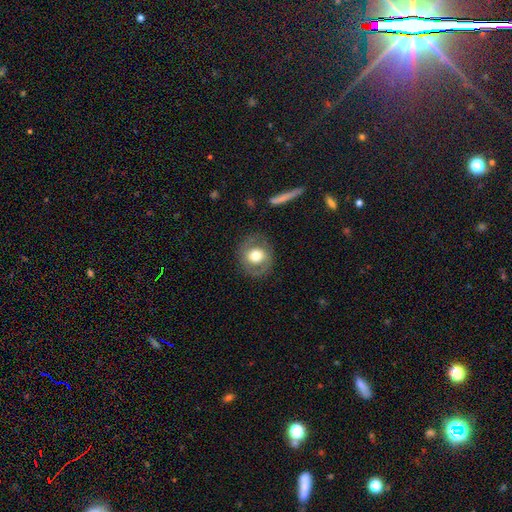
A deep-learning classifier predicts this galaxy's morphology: The model was most divided on "smooth or featured": featured or disk: 47%, smooth: 46%, star or artifact: 7%. More confident: merging — none (78%).